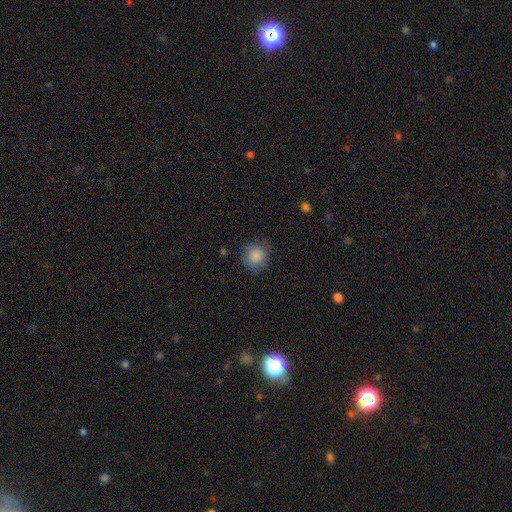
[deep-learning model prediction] Overall: smooth (87%). How rounded: round (89%). Merging: none (78%).